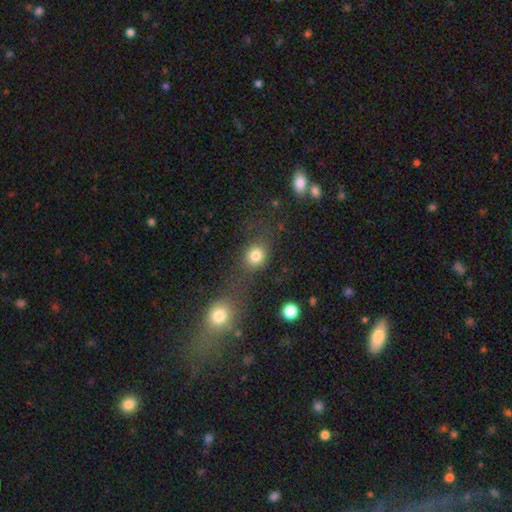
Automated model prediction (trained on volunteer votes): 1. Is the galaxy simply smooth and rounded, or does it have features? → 80% smooth, 13% star or artifact, 7% featured or disk.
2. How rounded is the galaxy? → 75% round, 24% in between, 2% cigar-shaped.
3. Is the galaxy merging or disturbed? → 56% none, 23% merger, 12% minor disturbance, 9% major disturbance.